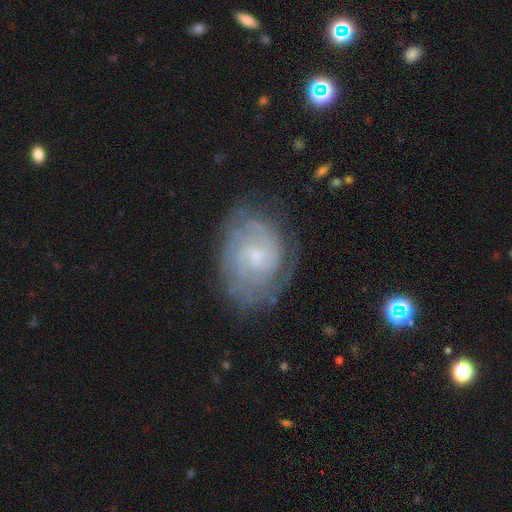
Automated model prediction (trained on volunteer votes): featured or disk 82%, smooth 11%, star or artifact 7%. Down the decision tree: edge-on disk — no (97%); bar — no (51%); spiral arms — yes (95%); spiral arm count — can't tell (34%); spiral winding — tight (64%); bulge size — small (76%); merging — none (74%).